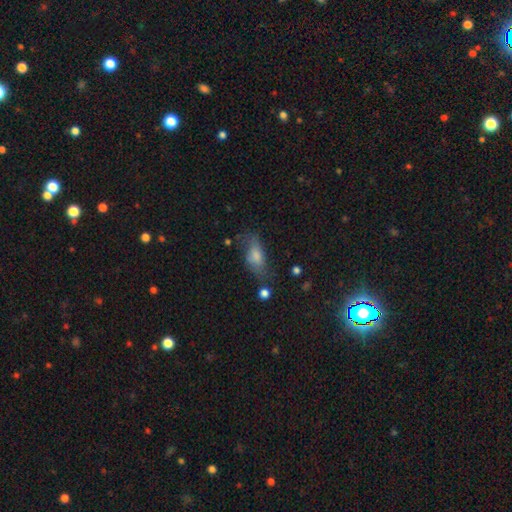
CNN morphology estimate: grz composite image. It shows a smooth galaxy with no disk features (54%) that is in between round and cigar-shaped (75%). Merging: none (60%).